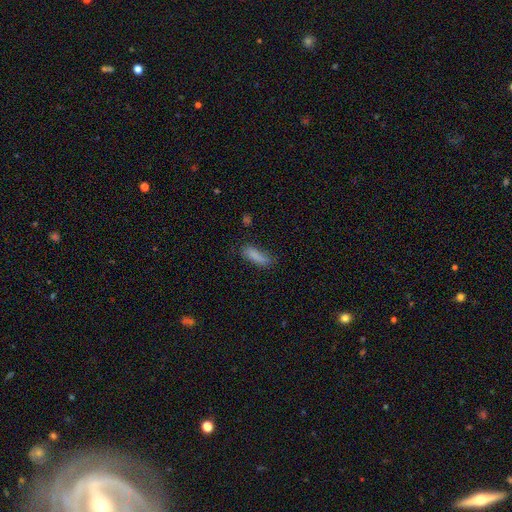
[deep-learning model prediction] This appears to be a smooth galaxy with no disk features (84%) that is cigar-shaped (55%). Merging: none (68%).